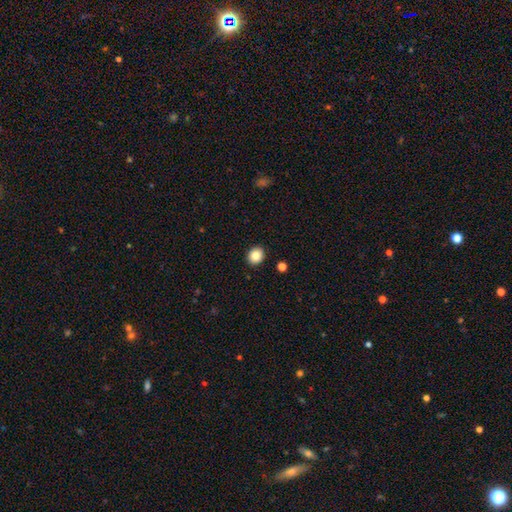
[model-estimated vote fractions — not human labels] The model was most divided on "how rounded": round: 69%, in between: 30%, cigar-shaped: 1%. More confident: merging — none (91%); smooth or featured — smooth (86%).